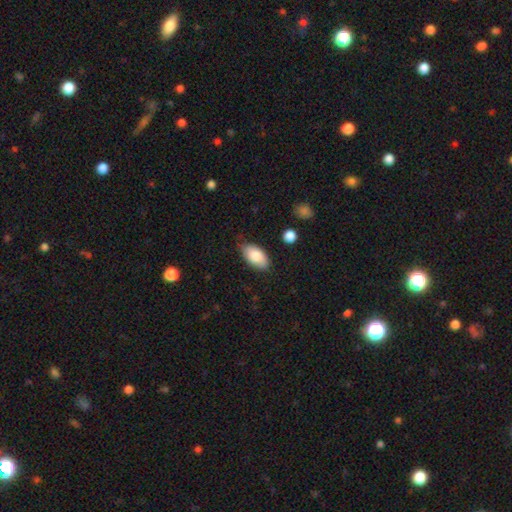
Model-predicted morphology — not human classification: This appears to be a smooth galaxy with no disk features (85%) that is in between round and cigar-shaped (94%). Merging: none (79%).